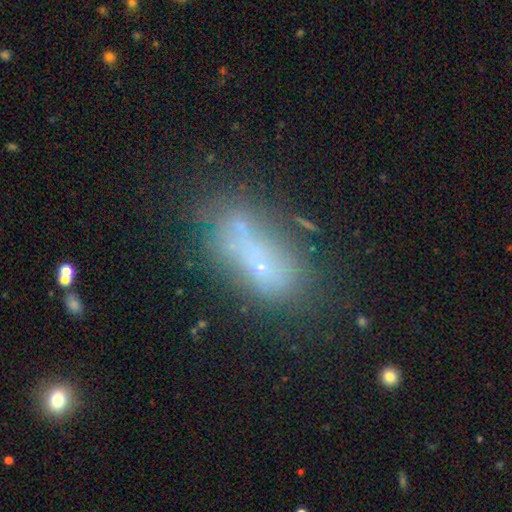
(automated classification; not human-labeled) Smooth or featured: smooth — 47% (featured or disk — 34%)
Merging: none — 40% (minor disturbance — 22%)